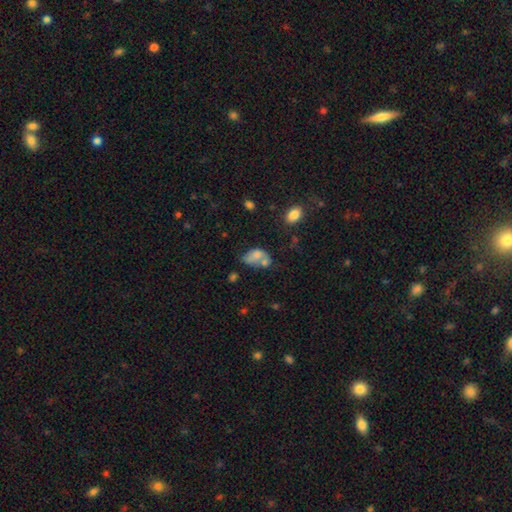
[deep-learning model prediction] Overall: smooth (66%). How rounded: in between (82%). Merging: merger (46%; none 22%).